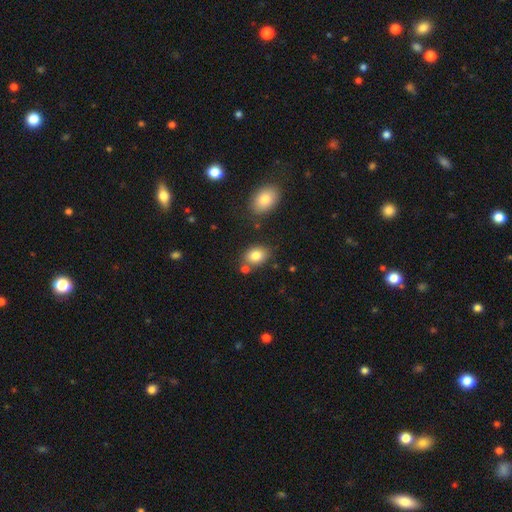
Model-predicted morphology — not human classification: smooth 83%, star or artifact 9%, featured or disk 9%. Down the decision tree: how rounded — in between (76%); merging — none (71%).